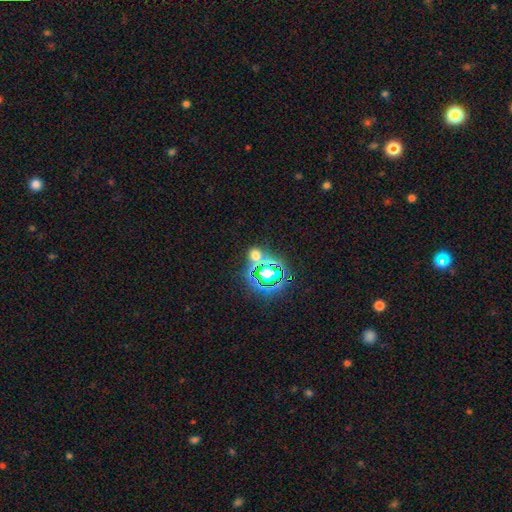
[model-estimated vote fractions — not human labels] star or artifact 47%, smooth 44%, featured or disk 9%.